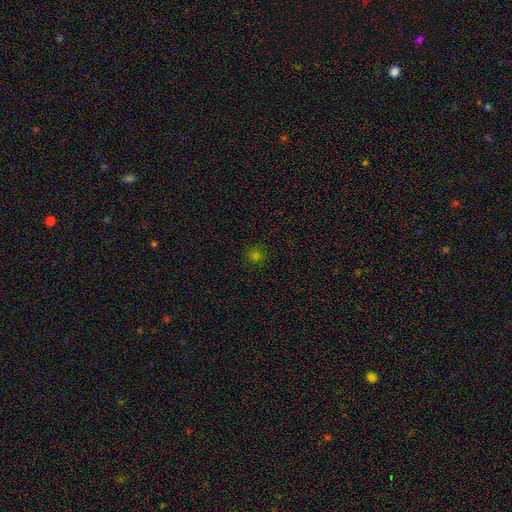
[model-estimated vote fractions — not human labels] Smooth or featured? Predicted: smooth (p=0.67). How rounded? Predicted: round (p=0.91). Merging? Predicted: none (p=0.88).